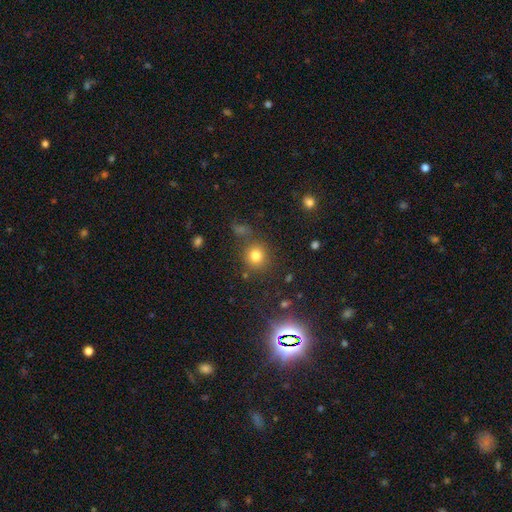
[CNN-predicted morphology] A smooth galaxy with no disk features (78%) that is round (88%). Merging: none (80%).